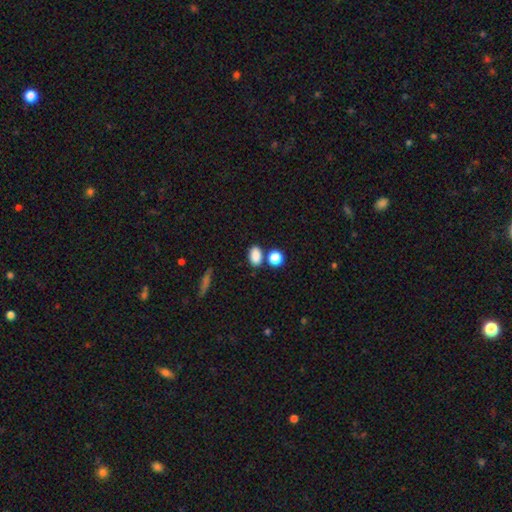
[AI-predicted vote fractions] smooth-or-featured: smooth: 86% | star or artifact: 9% | featured or disk: 5%
  how-rounded: in between: 82% | round: 16% | cigar-shaped: 2%
  merging: none: 71% | merger: 14% | minor disturbance: 11% | major disturbance: 3%